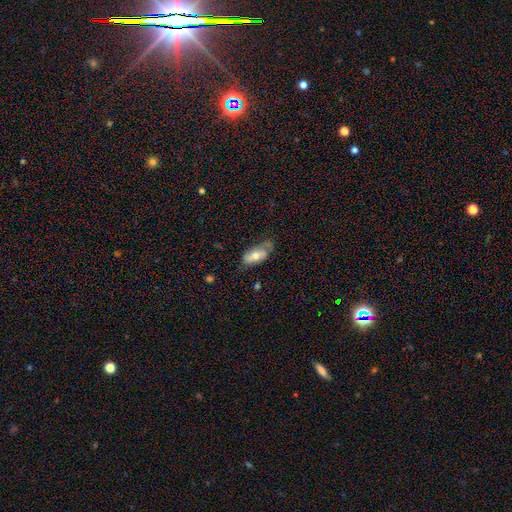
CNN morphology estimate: type=smooth (54%); roundness=in between (84%); merging=none (55%).